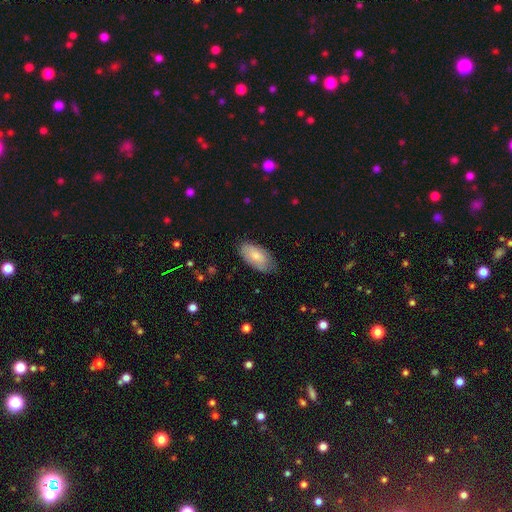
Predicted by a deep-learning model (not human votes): smooth 78%, featured or disk 16%, star or artifact 6%. Down the decision tree: how rounded — in between (94%); merging — none (74%).